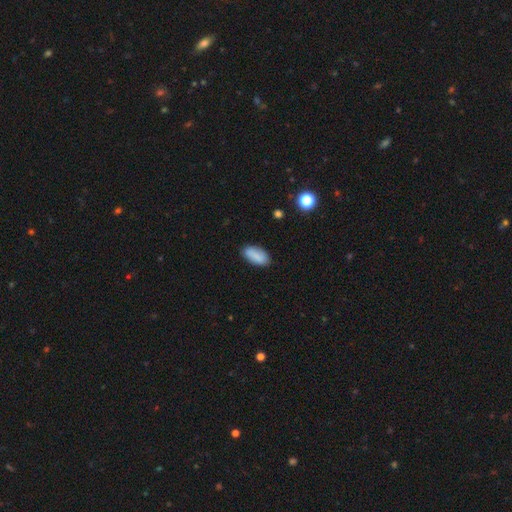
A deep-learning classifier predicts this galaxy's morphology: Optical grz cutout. It shows a smooth galaxy with no disk features (87%) that is in between round and cigar-shaped (88%). Merging: none (82%).